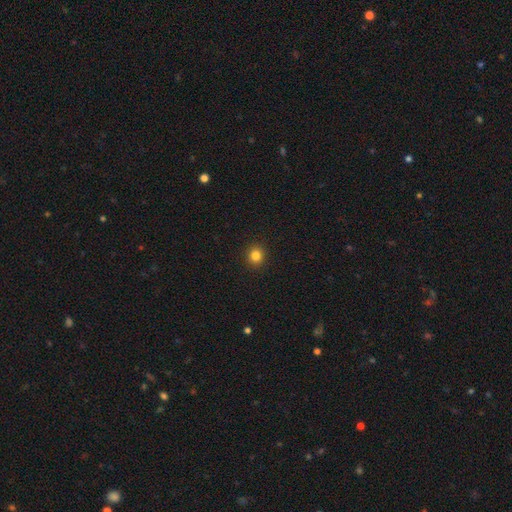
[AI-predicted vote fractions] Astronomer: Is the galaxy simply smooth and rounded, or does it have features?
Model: smooth — 83%.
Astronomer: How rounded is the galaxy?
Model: round — 90%.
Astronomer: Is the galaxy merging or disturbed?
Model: none — 92%.